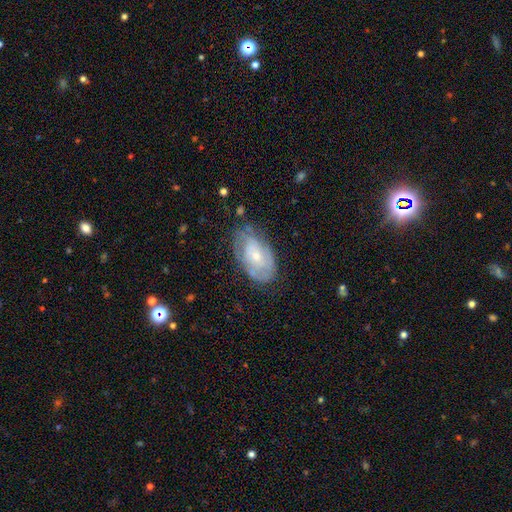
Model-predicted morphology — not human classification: Smooth or featured? Predicted: featured or disk (p=0.63). Edge-on disk? Predicted: no (p=0.94). Bar? Predicted: no (p=0.73). Spiral arms? Predicted: yes (p=0.70). Bulge size? Predicted: small (p=0.60). Merging? Predicted: none (p=0.62).